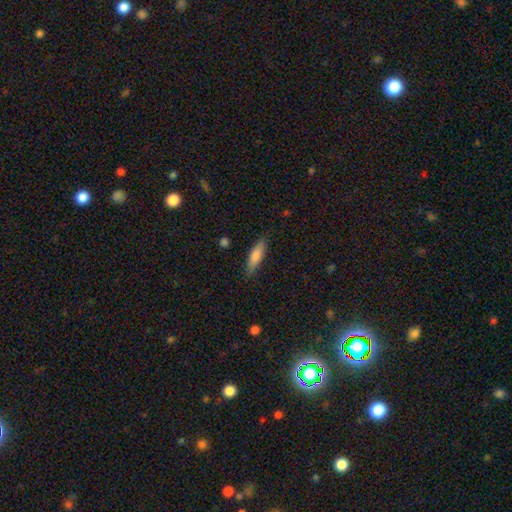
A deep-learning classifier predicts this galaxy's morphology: smooth_or_featured: smooth (p=0.72) [alt: featured or disk p=0.22]
how_rounded: cigar-shaped (p=0.64) [alt: in between p=0.34]
merging: none (p=0.85) [alt: minor disturbance p=0.11]